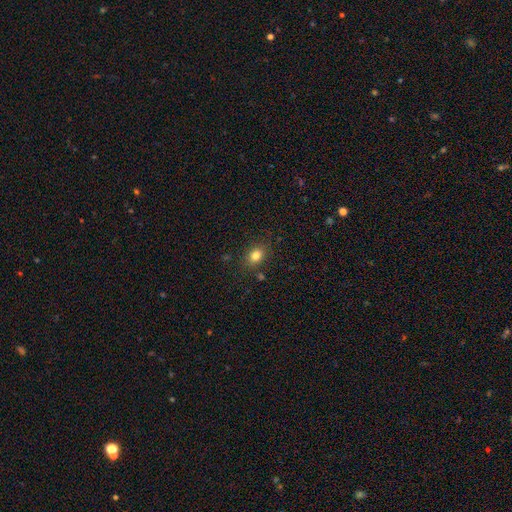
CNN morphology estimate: type=smooth (81%); roundness=in between (60%); merging=none (82%).